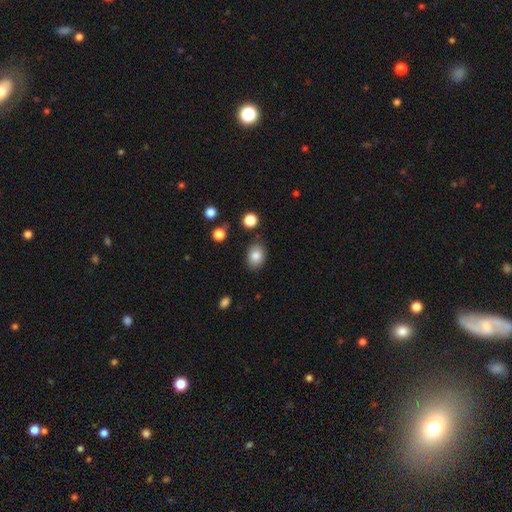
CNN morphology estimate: This appears to be a smooth galaxy with no disk features (84%) that is in between round and cigar-shaped (70%). Merging: none (83%).